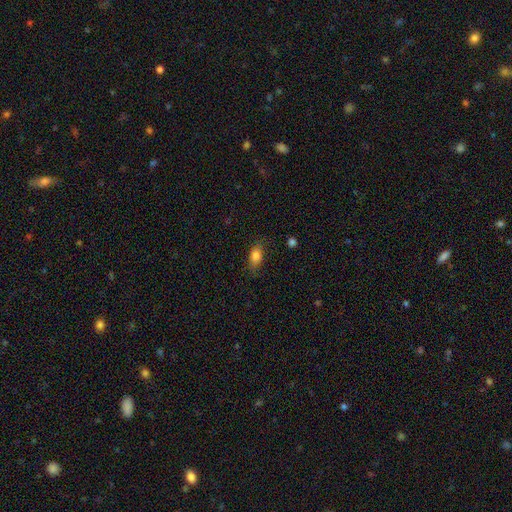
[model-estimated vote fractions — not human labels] The model was most divided on "merging": none: 74%, minor disturbance: 19%, major disturbance: 5%, merger: 1%. More confident: how rounded — in between (82%); smooth or featured — smooth (82%).